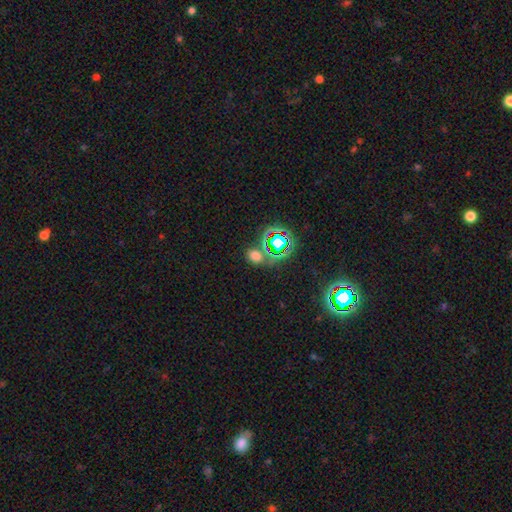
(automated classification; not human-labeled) Overall: smooth (55%; star or artifact 38%). How rounded: in between (58%; round 41%). Merging: none (65%).